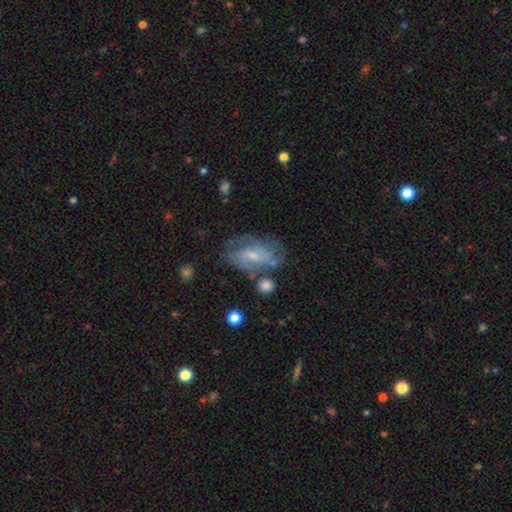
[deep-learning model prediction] Overall: featured or disk (66%). Edge-on disk: no (95%). Bar: weak (47%; no 40%). Spiral arms: yes (77%). Bulge size: small (62%; moderate 27%). Merging: none (50%; minor disturbance 23%).